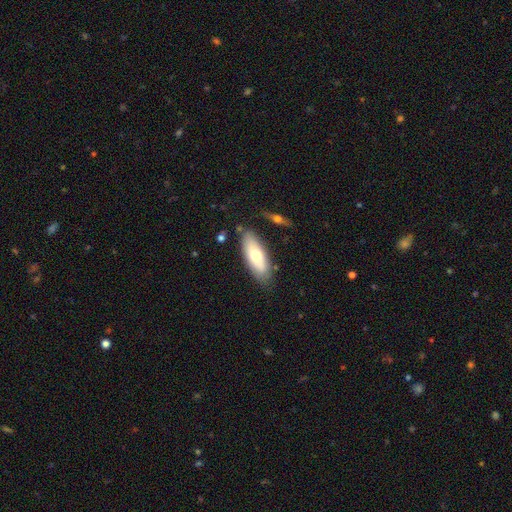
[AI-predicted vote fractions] Morphology: type=smooth (64%); roundness=in between (72%); merging=none (79%).